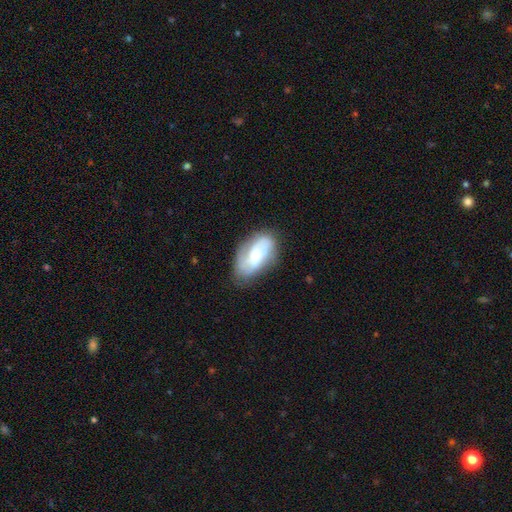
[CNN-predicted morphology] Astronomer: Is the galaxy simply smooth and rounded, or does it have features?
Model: featured or disk — 53% (runner-up: smooth, 40%).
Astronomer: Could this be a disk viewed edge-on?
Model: no — 93%.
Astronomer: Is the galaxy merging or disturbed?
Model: none — 63%.